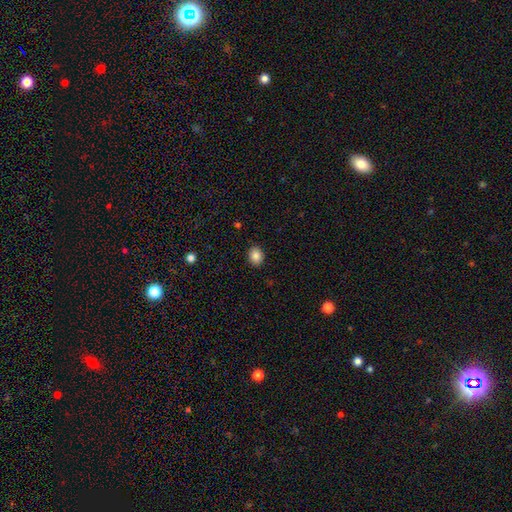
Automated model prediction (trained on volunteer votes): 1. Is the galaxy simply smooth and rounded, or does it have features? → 87% smooth, 9% star or artifact, 4% featured or disk.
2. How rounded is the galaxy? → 50% round, 49% in between, 1% cigar-shaped.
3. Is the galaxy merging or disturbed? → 90% none, 7% minor disturbance, 2% major disturbance, 1% merger.